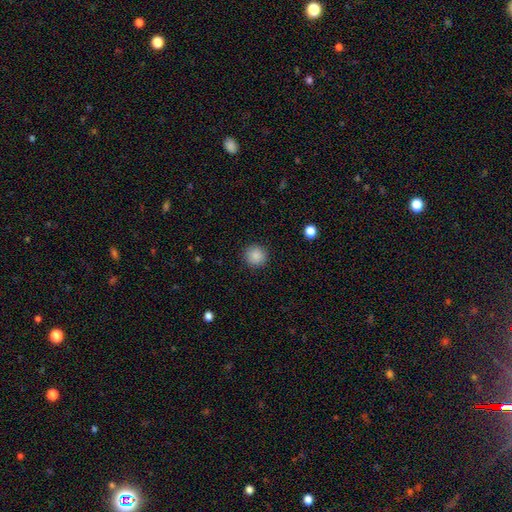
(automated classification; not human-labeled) This appears to be a smooth galaxy with no disk features (87%) that is round (93%). Merging: none (91%).